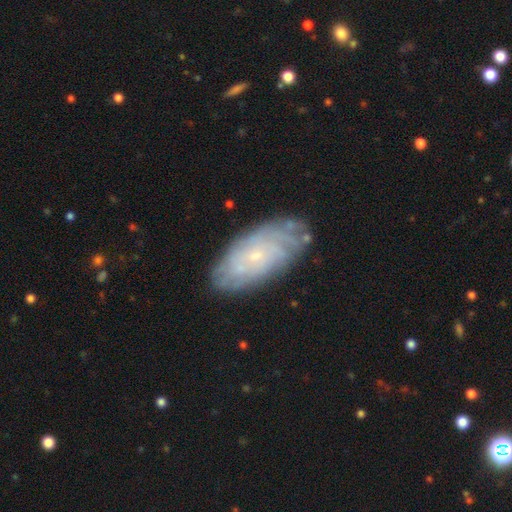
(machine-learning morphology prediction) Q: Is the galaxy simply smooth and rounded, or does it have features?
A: featured or disk — 71%.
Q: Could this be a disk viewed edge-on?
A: no — 93%.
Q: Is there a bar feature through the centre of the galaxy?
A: no — 78%.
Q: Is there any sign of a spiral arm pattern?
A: yes — 87%.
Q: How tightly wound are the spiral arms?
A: tight — 75%.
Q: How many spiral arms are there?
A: can't tell — 58%.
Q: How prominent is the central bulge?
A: small — 81%.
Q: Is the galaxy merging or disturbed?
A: none — 76%.